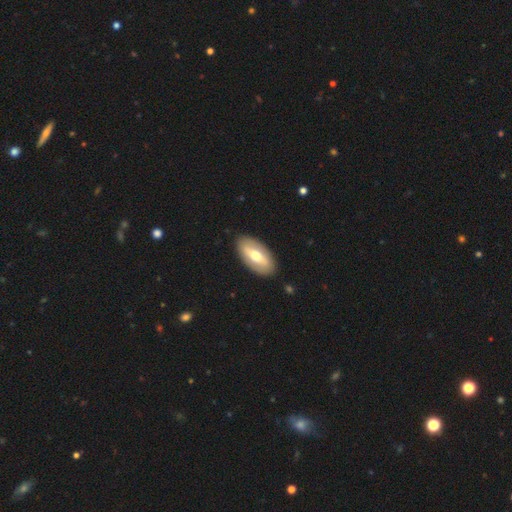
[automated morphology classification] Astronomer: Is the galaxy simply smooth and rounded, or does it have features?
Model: smooth — 50% (runner-up: featured or disk, 45%).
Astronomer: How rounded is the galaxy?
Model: in between — 92%.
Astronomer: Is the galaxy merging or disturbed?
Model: none — 88%.